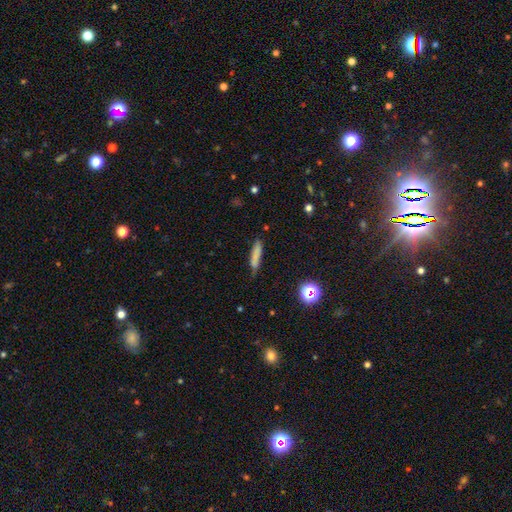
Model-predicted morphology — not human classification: A smooth galaxy with no disk features (78%) that is cigar-shaped (82%).

Vote fractions:
- Smooth or featured? smooth: 78% / featured or disk: 12% / star or artifact: 10%
- How rounded? cigar-shaped: 82% / in between: 16% / round: 2%
- Merging? none: 69% / minor disturbance: 23% / major disturbance: 5% / merger: 3%